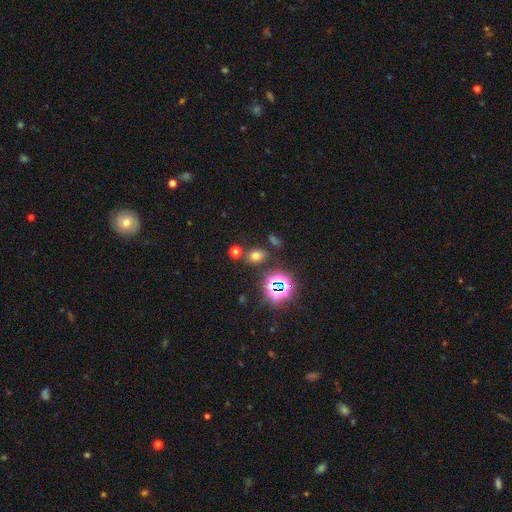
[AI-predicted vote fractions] smooth-or-featured: smooth: 64% | star or artifact: 29% | featured or disk: 7%
  how-rounded: in between: 58% | round: 41% | cigar-shaped: 1%
  merging: none: 77% | minor disturbance: 10% | merger: 9% | major disturbance: 4%